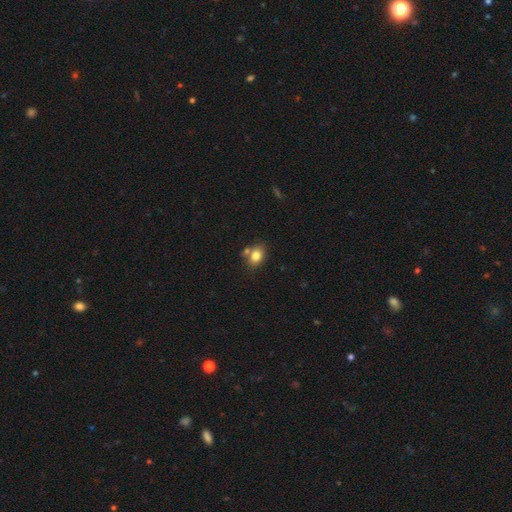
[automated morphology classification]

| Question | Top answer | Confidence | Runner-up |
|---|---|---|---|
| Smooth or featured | smooth | 80% | featured or disk (10%) |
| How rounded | in between | 67% | round (32%) |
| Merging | none | 59% | merger (22%) |